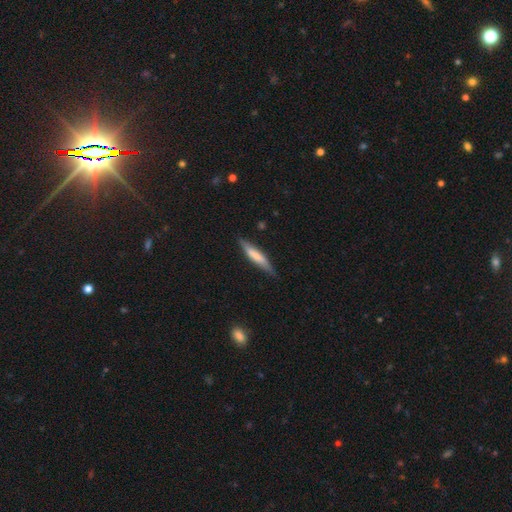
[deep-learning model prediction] The model was most divided on "smooth or featured": smooth: 61%, featured or disk: 34%, star or artifact: 5%. More confident: how rounded — cigar-shaped (86%); merging — none (82%).